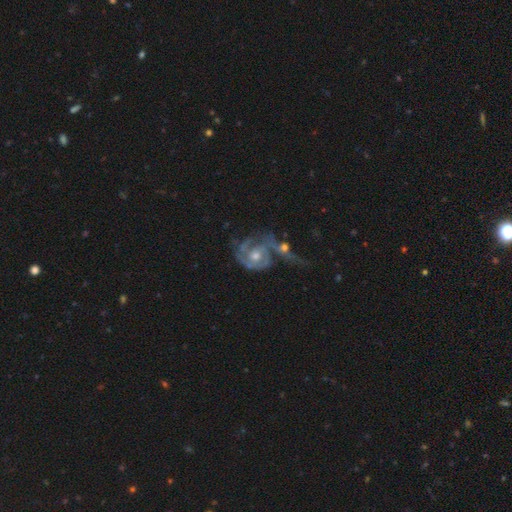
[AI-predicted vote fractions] The model was most divided on "merging": merger: 41%, none: 28%, major disturbance: 17%, minor disturbance: 14%. Remaining: edge-on disk — no (97%); spiral arms — yes (93%); smooth or featured — featured or disk (86%); bar — no (67%); bulge size — moderate (64%); spiral winding — tight (53%); spiral arm count — 2 (50%).